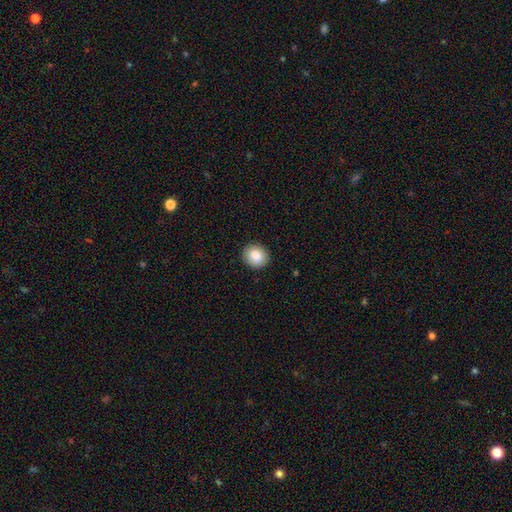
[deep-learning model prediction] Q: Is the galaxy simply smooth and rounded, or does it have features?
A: smooth — 85%.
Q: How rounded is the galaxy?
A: round — 77%.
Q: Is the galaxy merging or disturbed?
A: none — 90%.